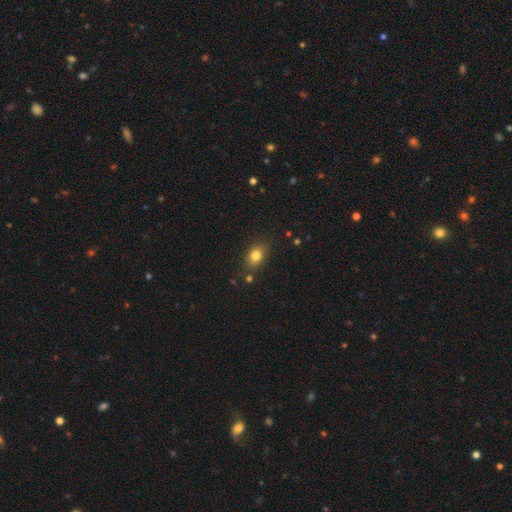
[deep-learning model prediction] A smooth galaxy with no disk features (81%) that is in between round and cigar-shaped (72%). Merging: none (81%).